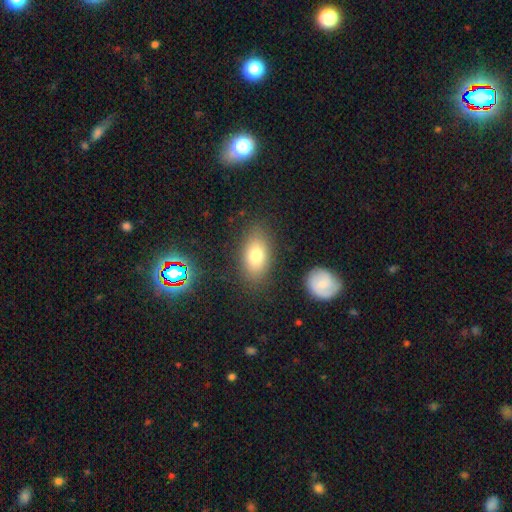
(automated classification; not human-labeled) Q: Smooth or featured?
A: smooth (75%); runner-up: featured or disk (15%)
Q: How rounded?
A: in between (88%); runner-up: round (7%)
Q: Merging?
A: none (82%); runner-up: minor disturbance (12%)